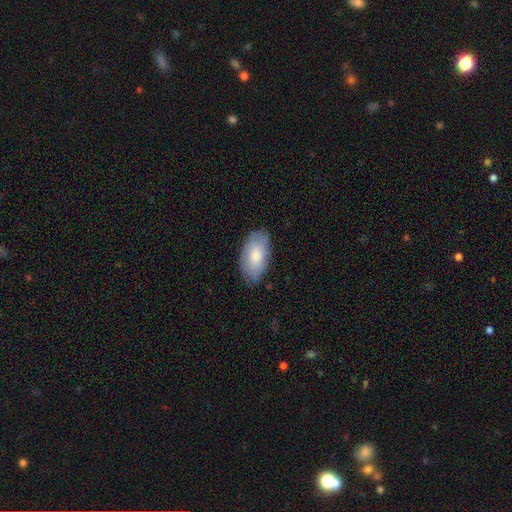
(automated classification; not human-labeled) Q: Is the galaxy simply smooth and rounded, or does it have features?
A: smooth — 76%.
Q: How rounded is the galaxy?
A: in between — 95%.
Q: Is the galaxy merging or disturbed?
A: none — 78%.